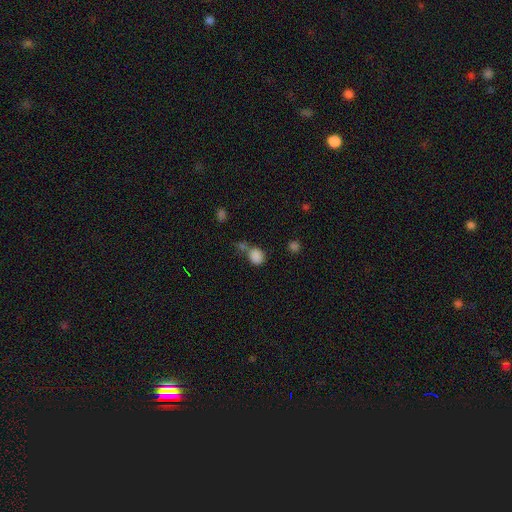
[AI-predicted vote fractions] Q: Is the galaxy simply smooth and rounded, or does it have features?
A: smooth — 84%.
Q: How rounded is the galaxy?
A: round — 61%.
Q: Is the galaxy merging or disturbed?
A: none — 53%.